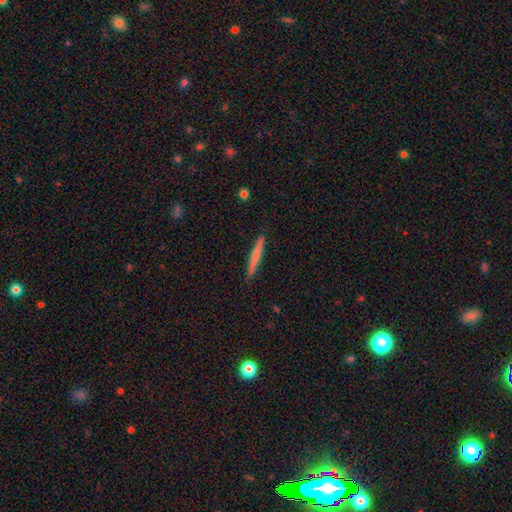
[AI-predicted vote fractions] A smooth galaxy with no disk features (60%) that is cigar-shaped (96%).

Vote fractions:
- Smooth or featured? smooth: 60% / featured or disk: 34% / star or artifact: 5%
- How rounded? cigar-shaped: 96% / in between: 3% / round: 1%
- Merging? none: 90% / minor disturbance: 7% / major disturbance: 1% / merger: 1%